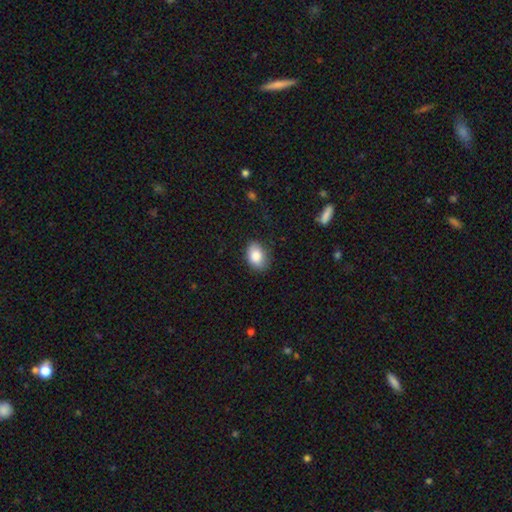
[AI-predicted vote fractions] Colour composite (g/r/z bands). It shows a smooth galaxy with no disk features (86%) that is in between round and cigar-shaped (81%). Merging: none (78%).